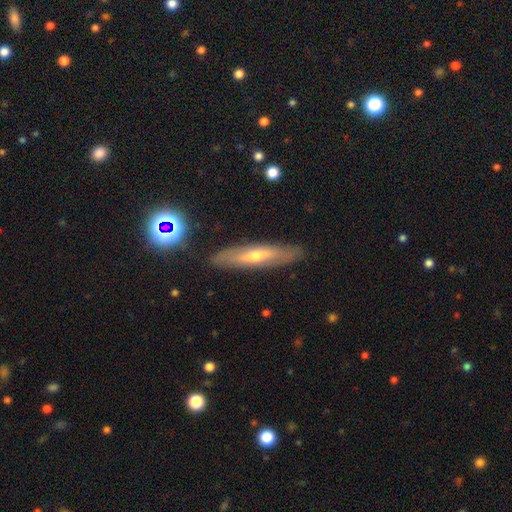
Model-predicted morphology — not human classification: type=featured or disk (57%); edge-on=yes (72%); merging=none (87%).